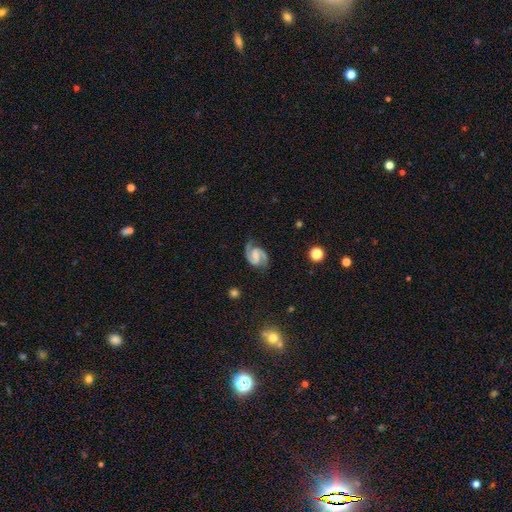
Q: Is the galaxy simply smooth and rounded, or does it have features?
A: featured or disk — 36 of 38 (95%).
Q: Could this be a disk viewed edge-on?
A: no — 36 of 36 (100%).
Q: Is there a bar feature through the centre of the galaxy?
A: weak — 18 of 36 (50%).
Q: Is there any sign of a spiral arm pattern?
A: yes — 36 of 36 (100%).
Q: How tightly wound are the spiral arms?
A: medium — 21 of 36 (58%).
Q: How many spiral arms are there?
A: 2 — 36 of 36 (100%).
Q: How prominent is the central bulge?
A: small — 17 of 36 (47%).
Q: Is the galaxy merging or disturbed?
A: none — 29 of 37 (78%).